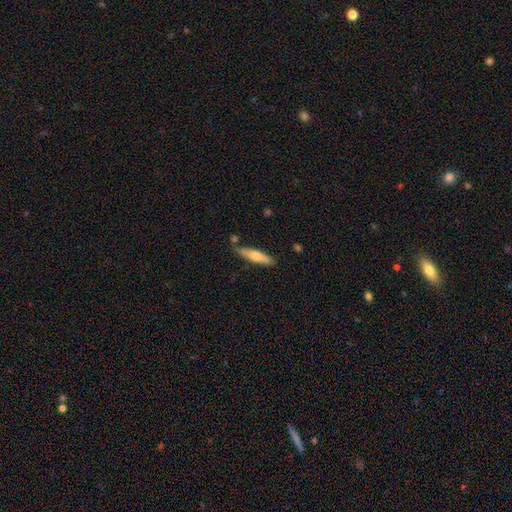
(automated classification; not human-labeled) Smooth or featured: smooth — 58% (featured or disk — 36%)
How rounded: cigar-shaped — 82% (in between — 16%)
Merging: none — 81% (minor disturbance — 12%)